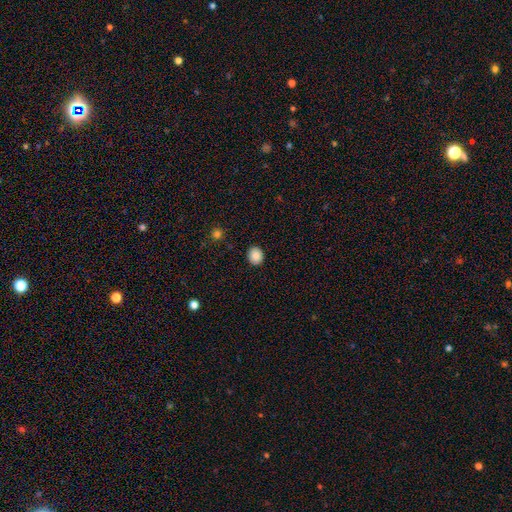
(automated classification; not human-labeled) smooth_or_featured: smooth (p=0.88) [alt: star or artifact p=0.09]
how_rounded: round (p=0.74) [alt: in between p=0.26]
merging: none (p=0.91) [alt: minor disturbance p=0.06]